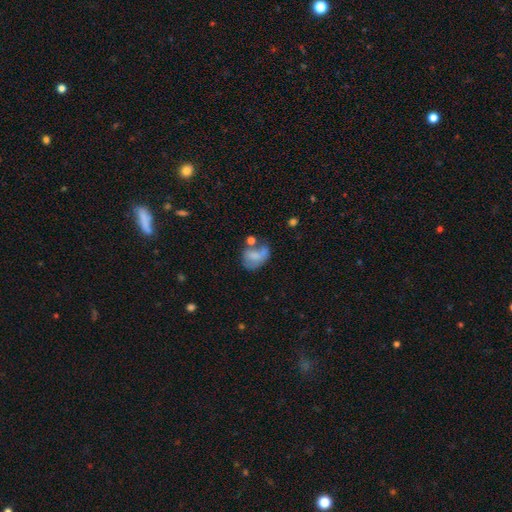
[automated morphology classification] A smooth galaxy with no disk features (60%) that is in between round and cigar-shaped (67%).

Vote fractions:
- Smooth or featured? smooth: 60% / featured or disk: 29% / star or artifact: 11%
- How rounded? in between: 67% / round: 31% / cigar-shaped: 1%
- Merging? none: 27% / merger: 26% / major disturbance: 25% / minor disturbance: 22%